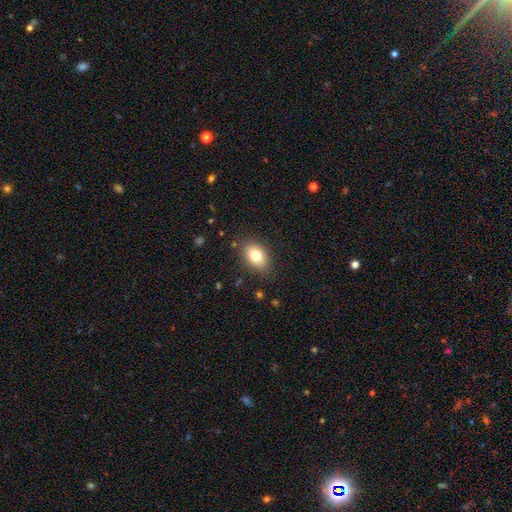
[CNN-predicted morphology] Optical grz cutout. It shows a smooth galaxy with no disk features (80%) that is in between round and cigar-shaped (86%). Merging: none (84%).